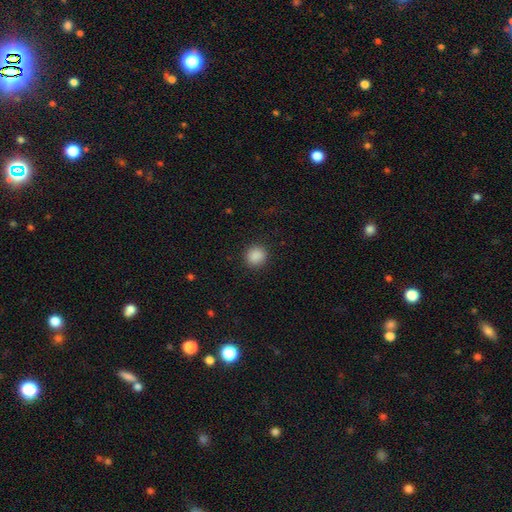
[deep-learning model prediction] This appears to be a smooth galaxy with no disk features (88%) that is round (92%). Merging: none (91%).